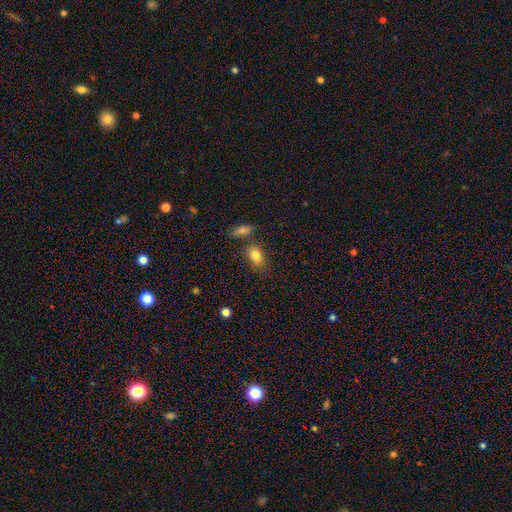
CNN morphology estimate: Smooth or featured?
  - smooth: 82% *
  - star or artifact: 10%
  - featured or disk: 8%
How rounded?
  - in between: 80% *
  - round: 18%
  - cigar-shaped: 2%
Merging?
  - none: 68% *
  - minor disturbance: 15%
  - merger: 12%
  - major disturbance: 5%